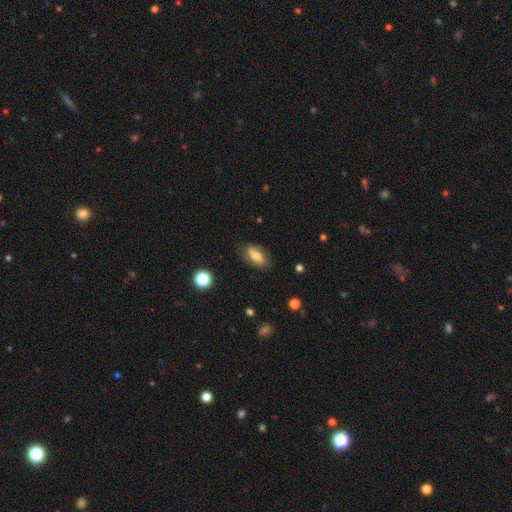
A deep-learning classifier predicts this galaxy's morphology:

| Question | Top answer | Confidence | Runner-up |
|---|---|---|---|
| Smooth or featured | smooth | 66% | featured or disk (25%) |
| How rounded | in between | 84% | cigar-shaped (11%) |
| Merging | none | 82% | minor disturbance (14%) |